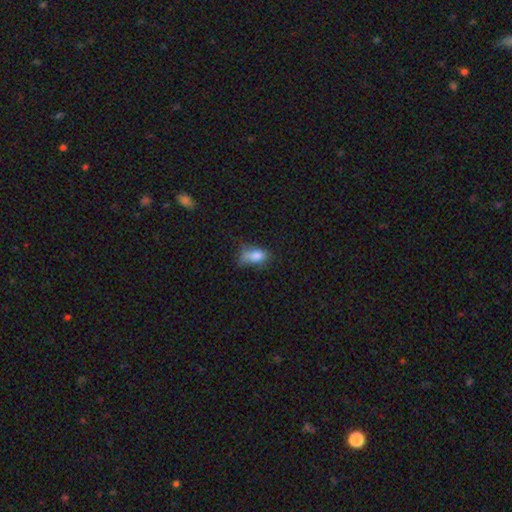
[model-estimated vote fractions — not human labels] Q: Smooth or featured?
A: smooth (79%); runner-up: featured or disk (11%)
Q: How rounded?
A: in between (87%); runner-up: round (8%)
Q: Merging?
A: minor disturbance (37%); runner-up: none (33%)